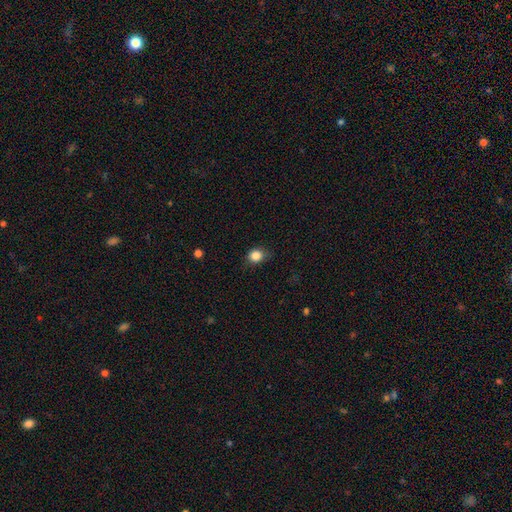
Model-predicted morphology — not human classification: This appears to be a smooth galaxy with no disk features (85%) that is round (70%). Merging: none (78%).